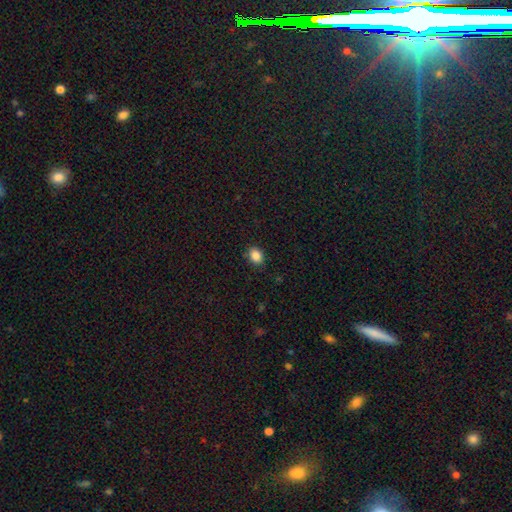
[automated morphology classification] A smooth galaxy with no disk features (86%) that is in between round and cigar-shaped (63%).

Vote fractions:
- Smooth or featured? smooth: 86% / star or artifact: 10% / featured or disk: 4%
- How rounded? in between: 63% / round: 36% / cigar-shaped: 1%
- Merging? none: 84% / minor disturbance: 12% / major disturbance: 3% / merger: 2%